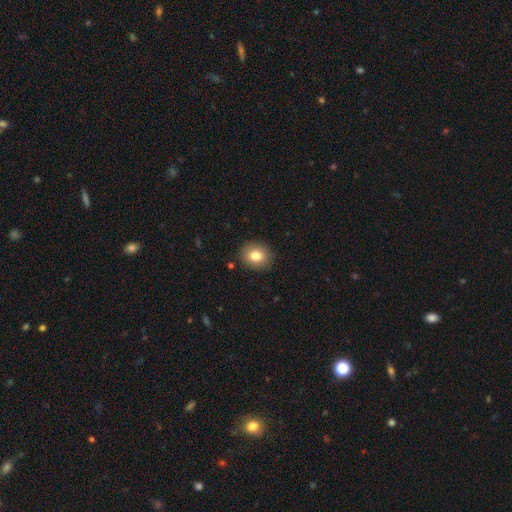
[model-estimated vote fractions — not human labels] This appears to be a smooth galaxy with no disk features (81%) that is round (73%). Merging: none (89%).